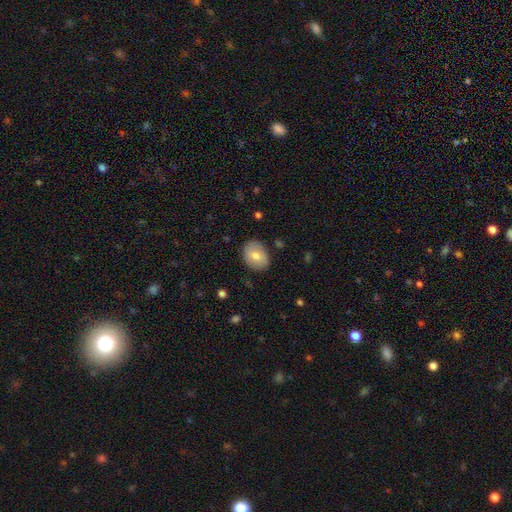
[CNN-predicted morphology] Q: Smooth or featured?
A: smooth (72%); runner-up: featured or disk (21%)
Q: How rounded?
A: in between (62%); runner-up: round (37%)
Q: Merging?
A: none (85%); runner-up: minor disturbance (11%)